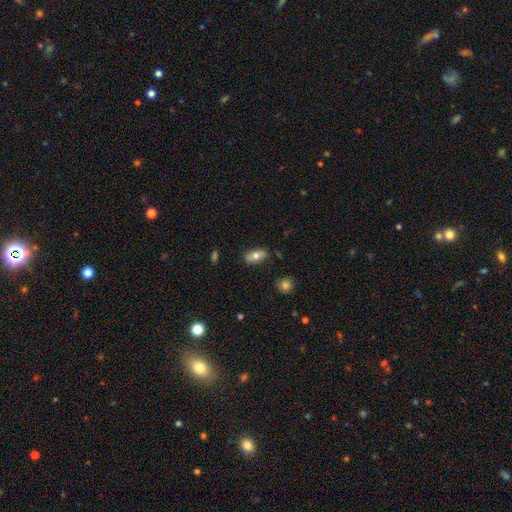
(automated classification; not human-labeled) Smooth or featured? smooth (74%)
How rounded? in between (88%)
Merging? none (82%)